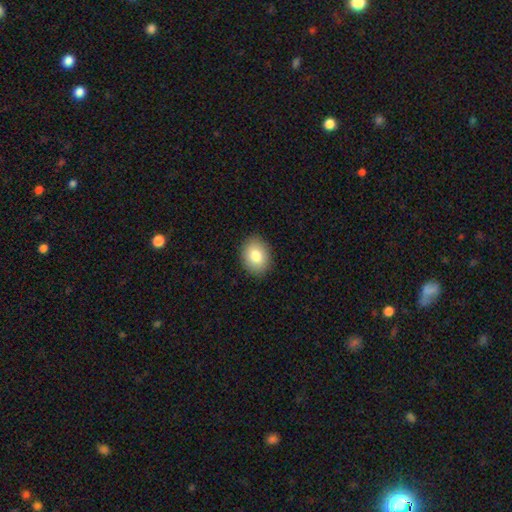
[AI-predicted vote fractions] Overall: smooth (81%). How rounded: in between (61%; round 38%). Merging: none (89%).